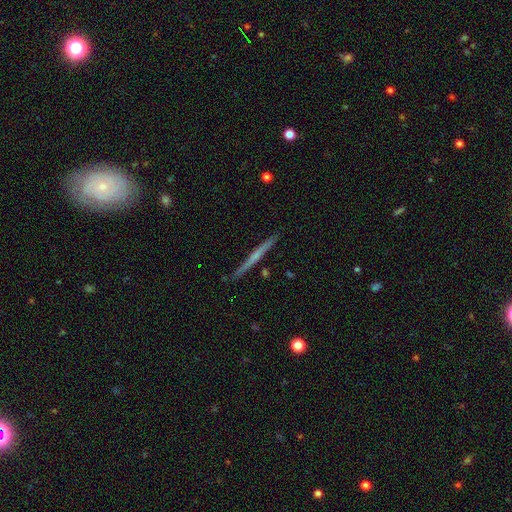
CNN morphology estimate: smooth_or_featured: featured or disk (p=0.57) [alt: smooth p=0.38]
disk_edge_on: yes (p=0.98) [alt: no p=0.02]
edge_on_bulge: none (p=0.79) [alt: rounded p=0.16]
merging: none (p=0.91) [alt: minor disturbance p=0.07]